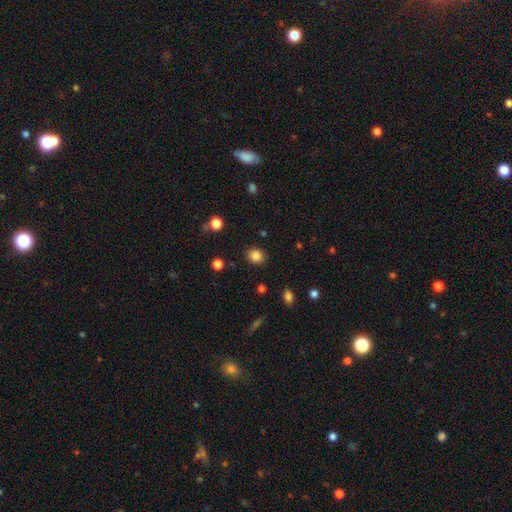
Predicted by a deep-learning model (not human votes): Smooth or featured? smooth (85%)
How rounded? round (71%)
Merging? none (88%)